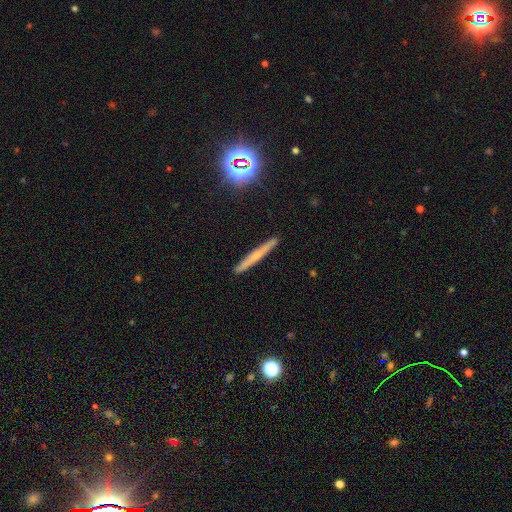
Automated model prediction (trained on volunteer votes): featured or disk 48%, smooth 40%, star or artifact 11%. Down the decision tree: merging — none (91%).